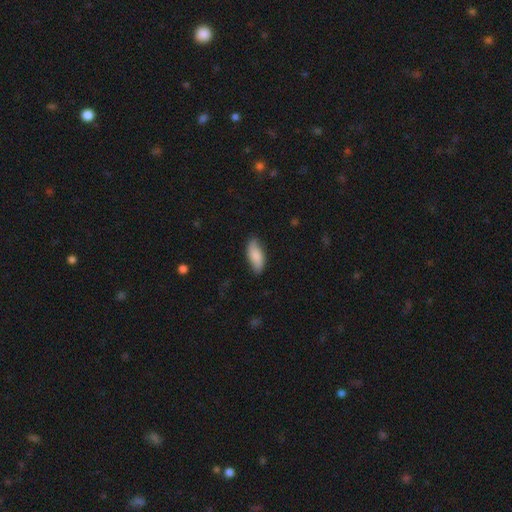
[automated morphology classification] Smooth or featured? smooth (79%)
How rounded? in between (82%)
Merging? none (78%)